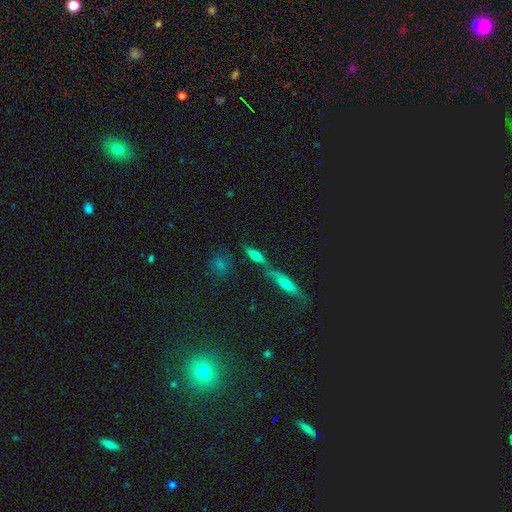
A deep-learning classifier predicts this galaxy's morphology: Overall: smooth (53%; featured or disk 35%). How rounded: cigar-shaped (53%; in between 42%). Merging: none (49%; merger 36%).